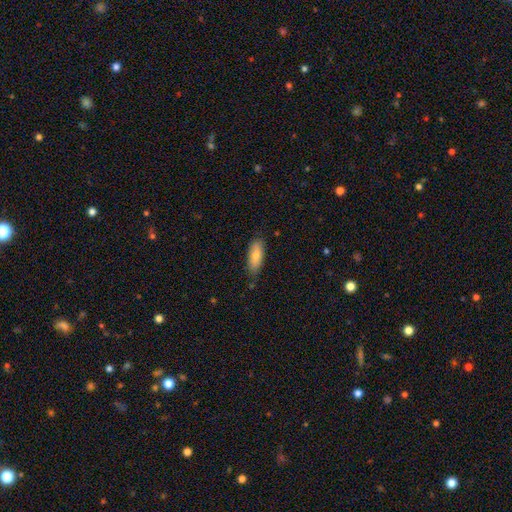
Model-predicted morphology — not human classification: type=smooth (78%); roundness=in between (72%); merging=none (77%).